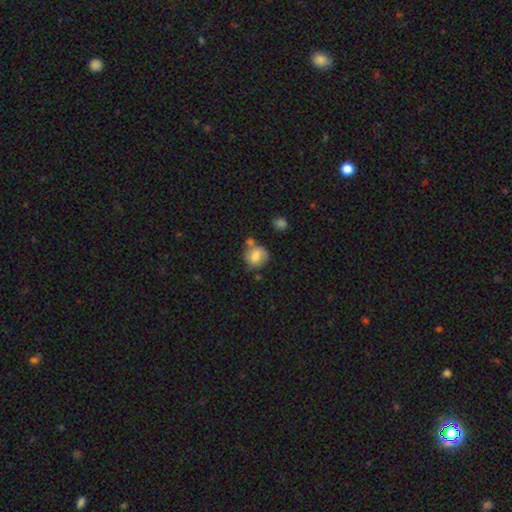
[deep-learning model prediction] This appears to be a smooth galaxy with no disk features (73%) that is round (78%). Merging: none (56%).